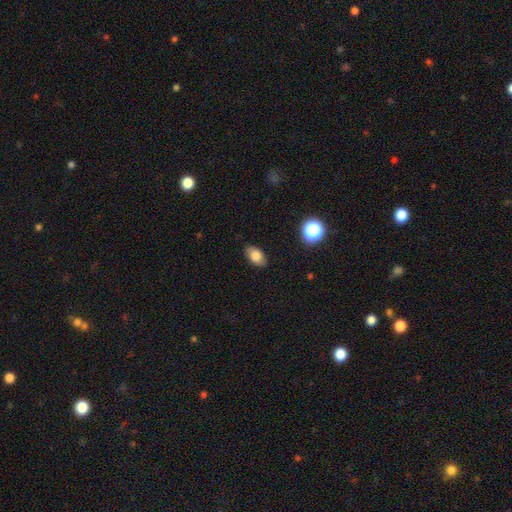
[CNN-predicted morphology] Overall: smooth (81%). How rounded: in between (89%). Merging: none (85%).